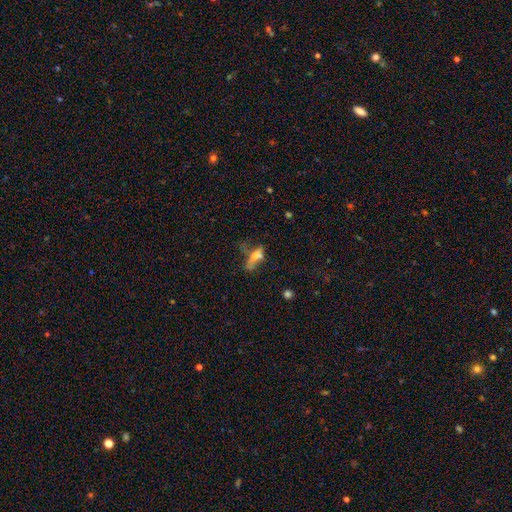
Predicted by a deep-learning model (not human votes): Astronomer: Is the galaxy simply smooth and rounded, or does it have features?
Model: smooth — 48% (runner-up: featured or disk, 35%).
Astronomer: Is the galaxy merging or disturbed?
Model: major disturbance — 37% (runner-up: none, 27%).